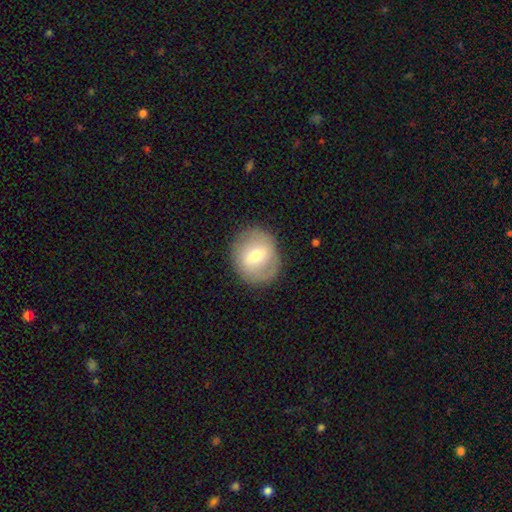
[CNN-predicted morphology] Smooth or featured? Predicted: smooth (p=0.56). How rounded? Predicted: round (p=0.74). Merging? Predicted: none (p=0.84).